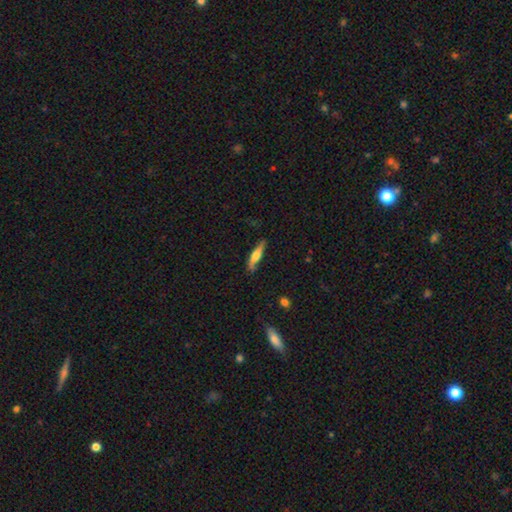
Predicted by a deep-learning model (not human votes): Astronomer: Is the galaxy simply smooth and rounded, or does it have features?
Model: smooth — 48% (runner-up: featured or disk, 46%).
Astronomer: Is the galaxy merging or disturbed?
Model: none — 73%.